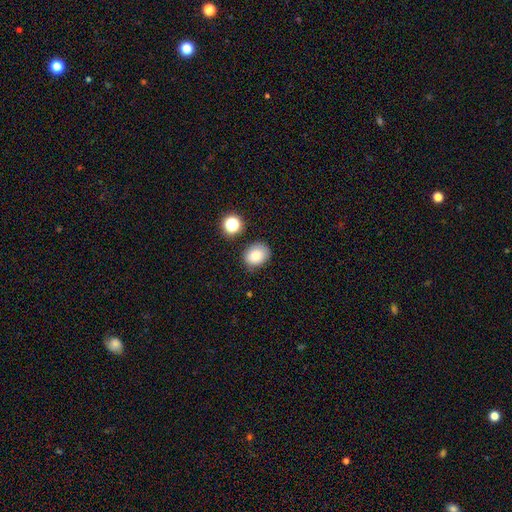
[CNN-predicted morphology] This is clearly a smooth galaxy (82%). How rounded: possibly in between (52%). Merging: likely none (78%).